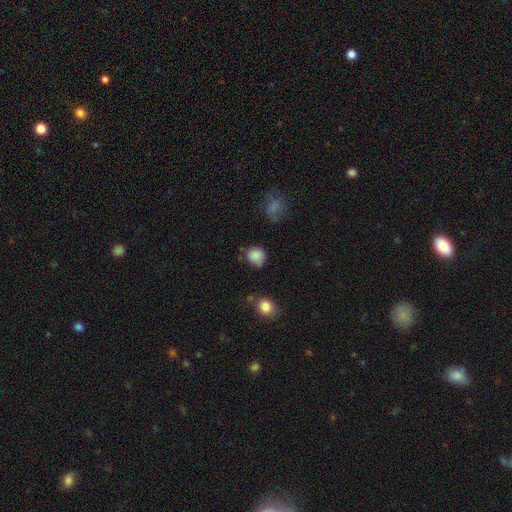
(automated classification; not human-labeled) Smooth or featured? Predicted: smooth (p=0.85). How rounded? Predicted: round (p=0.83). Merging? Predicted: none (p=0.64).